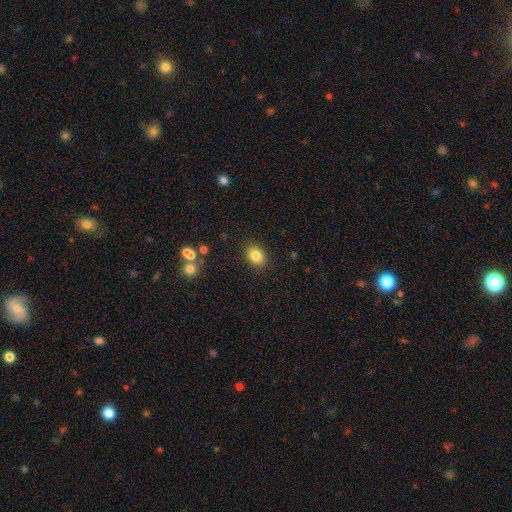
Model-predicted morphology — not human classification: smooth-or-featured: smooth: 83% | star or artifact: 9% | featured or disk: 7%
  how-rounded: in between: 64% | round: 35% | cigar-shaped: 1%
  merging: none: 87% | minor disturbance: 9% | major disturbance: 3% | merger: 2%